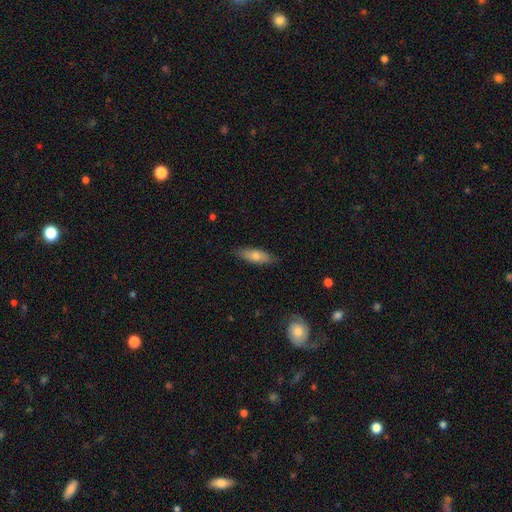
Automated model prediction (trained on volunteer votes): Smooth or featured: smooth — 67% (featured or disk — 27%)
How rounded: in between — 50% (cigar-shaped — 47%)
Merging: none — 84% (minor disturbance — 13%)